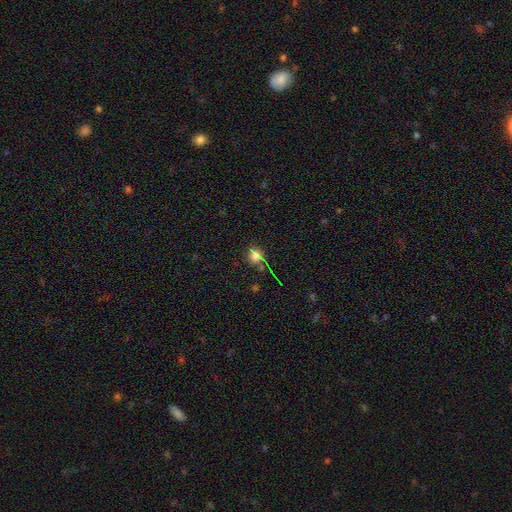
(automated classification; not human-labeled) smooth_or_featured: smooth (p=0.72) [alt: star or artifact p=0.22]
how_rounded: round (p=0.69) [alt: in between p=0.29]
merging: none (p=0.69) [alt: minor disturbance p=0.17]